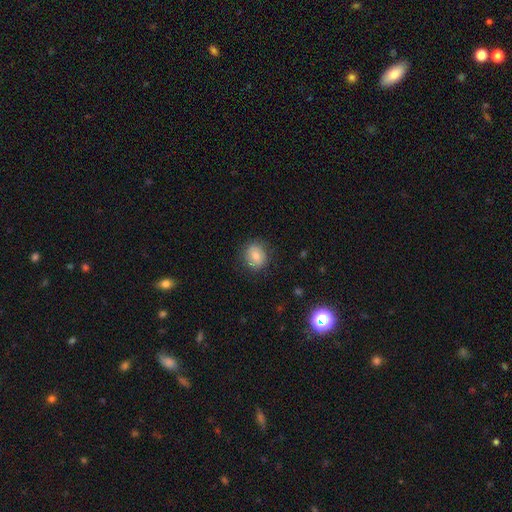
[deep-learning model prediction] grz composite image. It shows a smooth galaxy with no disk features (75%) that is round (60%). Merging: none (82%).